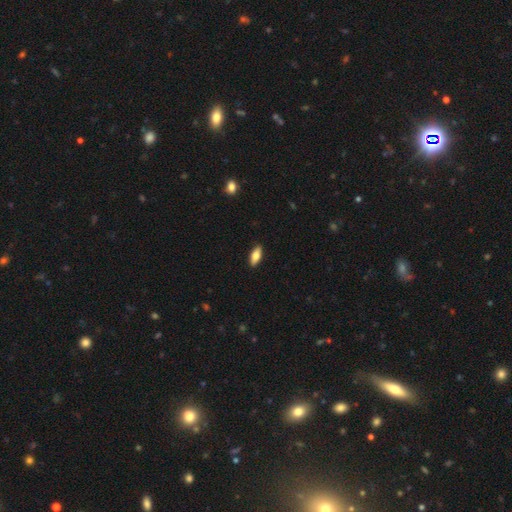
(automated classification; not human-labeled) smooth 75%, featured or disk 19%, star or artifact 6%. Down the decision tree: how rounded — in between (79%); merging — none (90%).